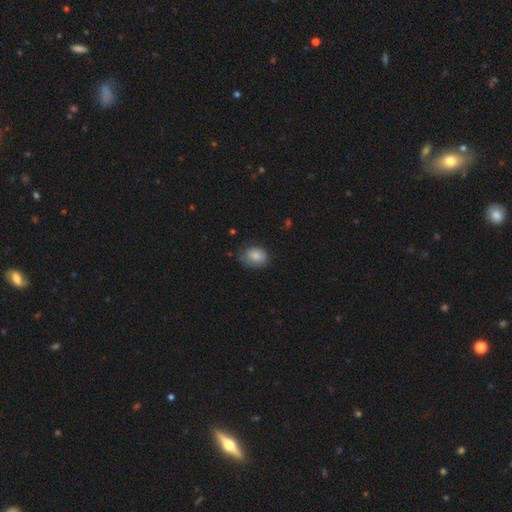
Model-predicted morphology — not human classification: A smooth galaxy with no disk features (83%) that is in between round and cigar-shaped (68%).

Vote fractions:
- Smooth or featured? smooth: 83% / featured or disk: 10% / star or artifact: 7%
- How rounded? in between: 68% / round: 31% / cigar-shaped: 1%
- Merging? none: 64% / minor disturbance: 28% / major disturbance: 7% / merger: 1%